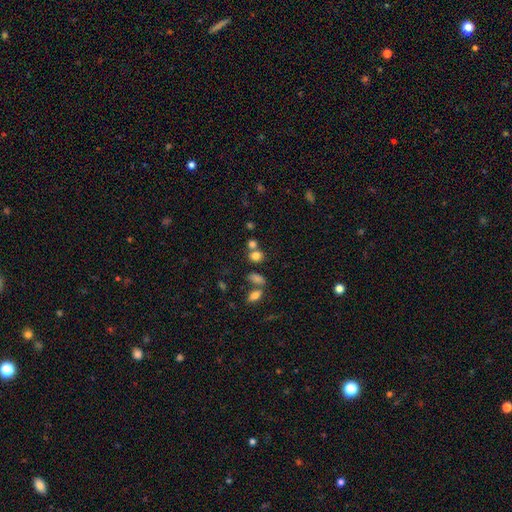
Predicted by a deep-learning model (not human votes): This is likely a smooth galaxy (78%). How rounded: possibly round (56%). Merging: possibly none (53%).